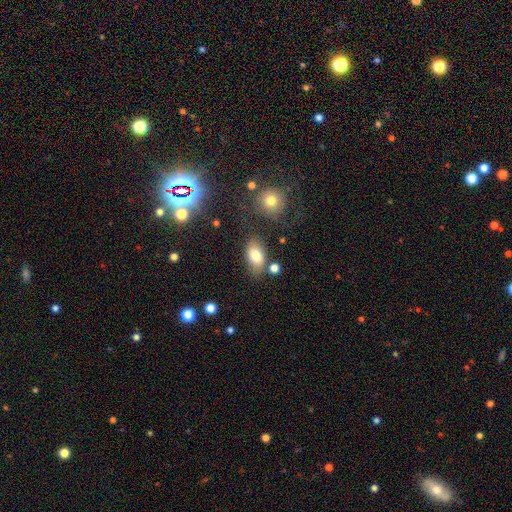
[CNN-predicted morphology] Smooth or featured? smooth (79%)
How rounded? in between (89%)
Merging? none (73%)